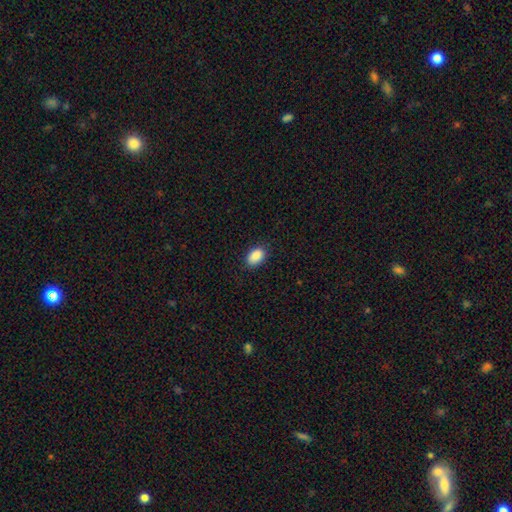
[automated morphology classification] Smooth or featured? Predicted: smooth (p=0.89). How rounded? Predicted: in between (p=0.89). Merging? Predicted: none (p=0.86).